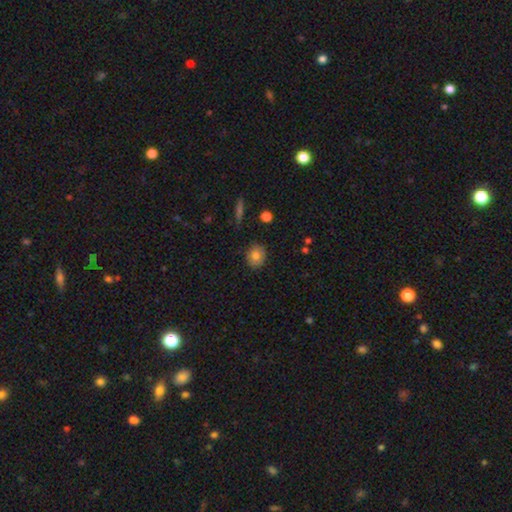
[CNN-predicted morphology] Overall: smooth (76%). How rounded: round (71%). Merging: none (85%).